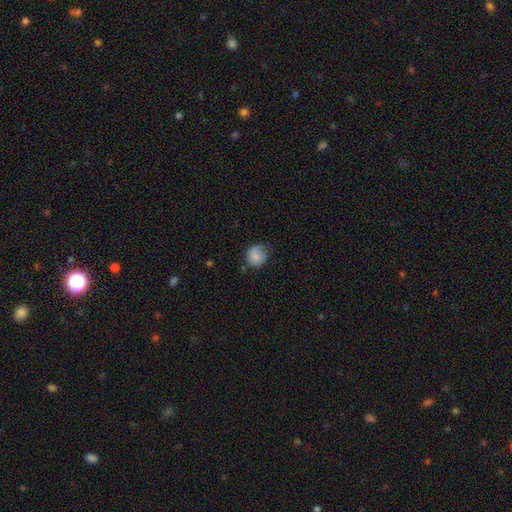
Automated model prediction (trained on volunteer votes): Smooth or featured: smooth — 84% (star or artifact — 8%)
How rounded: round — 87% (in between — 12%)
Merging: none — 69% (minor disturbance — 24%)